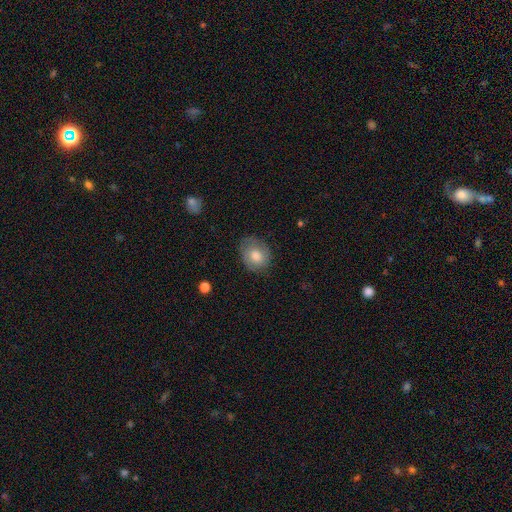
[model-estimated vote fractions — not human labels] Overall: smooth (73%). How rounded: round (55%; in between 44%). Merging: none (75%).